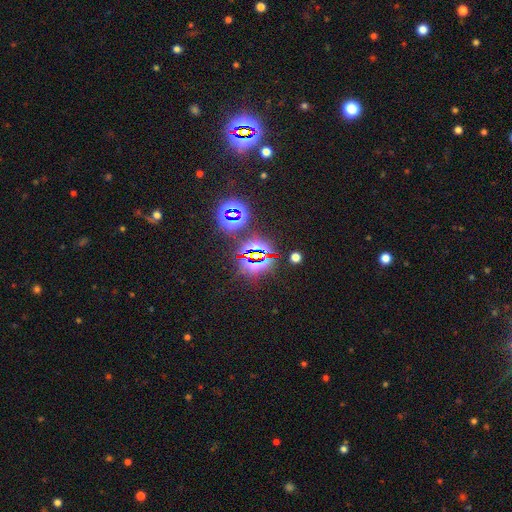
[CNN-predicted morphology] A star or artifact, not a galaxy (79%).